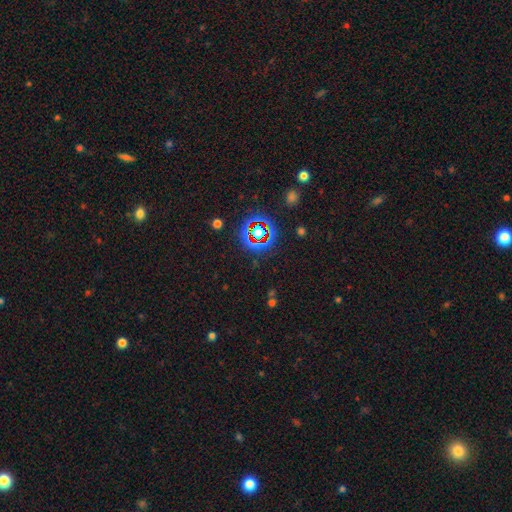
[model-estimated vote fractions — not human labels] A star or artifact, not a galaxy (60%).

Vote fractions:
- Smooth or featured? star or artifact: 60% / smooth: 22% / featured or disk: 18%